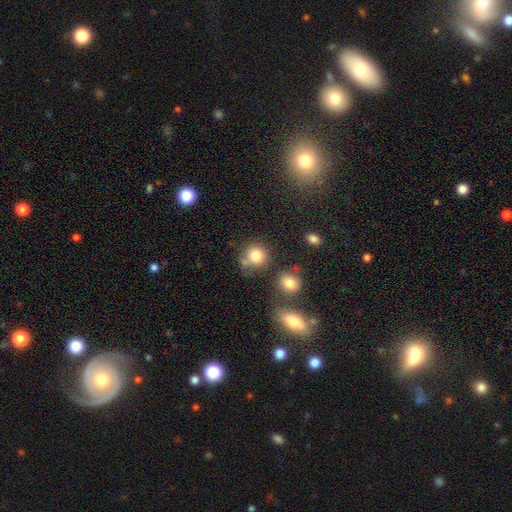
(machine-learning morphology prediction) A smooth galaxy with no disk features (81%) that is round (84%).

Vote fractions:
- Smooth or featured? smooth: 81% / star or artifact: 11% / featured or disk: 8%
- How rounded? round: 84% / in between: 15% / cigar-shaped: 1%
- Merging? none: 63% / merger: 17% / minor disturbance: 14% / major disturbance: 6%